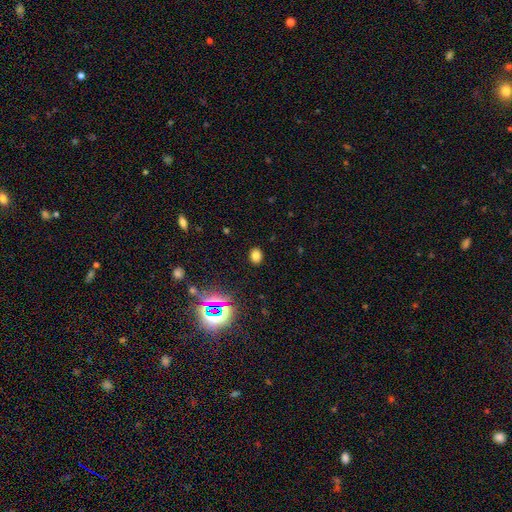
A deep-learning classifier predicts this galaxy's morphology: A smooth galaxy with no disk features (73%) that is in between round and cigar-shaped (59%).

Vote fractions:
- Smooth or featured? smooth: 73% / star or artifact: 21% / featured or disk: 6%
- How rounded? in between: 59% / round: 40% / cigar-shaped: 1%
- Merging? none: 89% / minor disturbance: 7% / major disturbance: 3% / merger: 1%